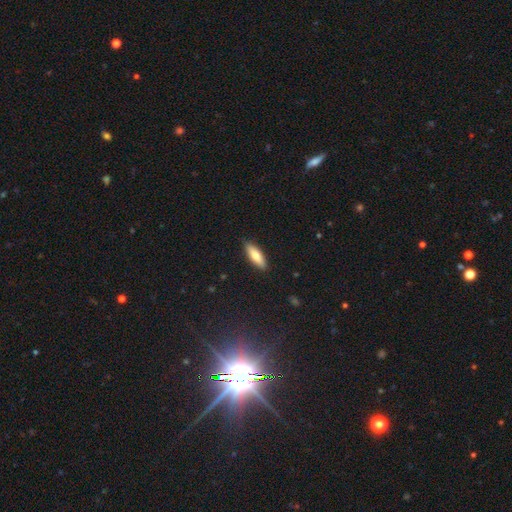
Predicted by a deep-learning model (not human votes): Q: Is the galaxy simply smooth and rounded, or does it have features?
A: smooth — 78%.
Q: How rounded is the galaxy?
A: in between — 53%.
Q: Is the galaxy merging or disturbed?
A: none — 88%.